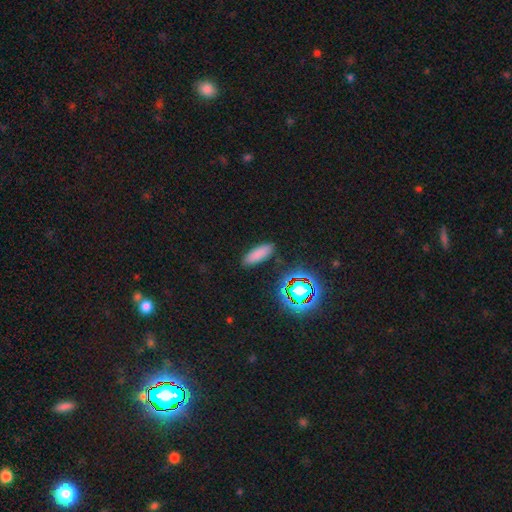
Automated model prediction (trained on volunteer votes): Smooth or featured?
  - smooth: 76% *
  - star or artifact: 17%
  - featured or disk: 7%
How rounded?
  - in between: 58% *
  - cigar-shaped: 39%
  - round: 3%
Merging?
  - none: 88% *
  - minor disturbance: 8%
  - major disturbance: 2%
  - merger: 2%